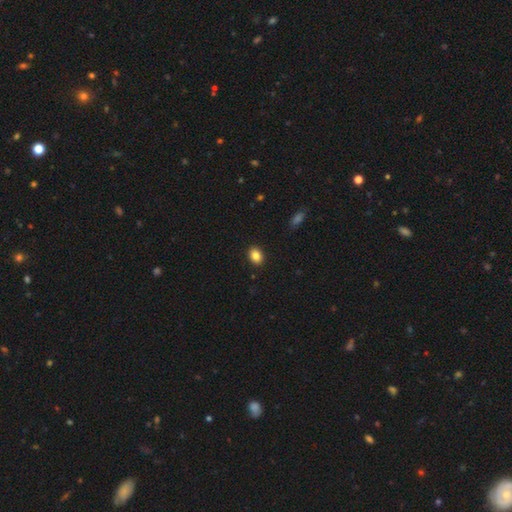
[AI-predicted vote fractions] Smooth or featured? Predicted: smooth (p=0.85). How rounded? Predicted: in between (p=0.67). Merging? Predicted: none (p=0.90).